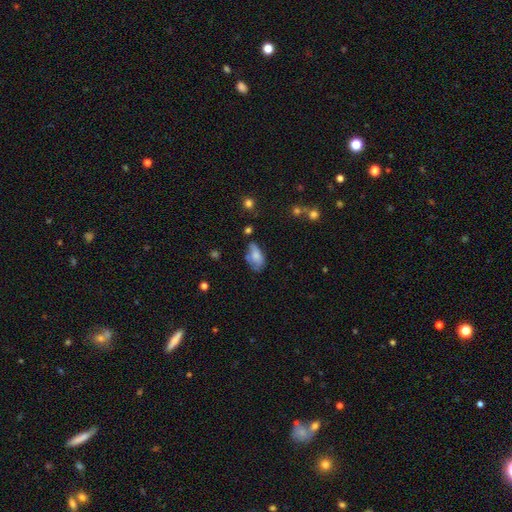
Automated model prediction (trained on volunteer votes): Smooth or featured?
  - smooth: 72% *
  - featured or disk: 19%
  - star or artifact: 8%
How rounded?
  - in between: 90% *
  - cigar-shaped: 5%
  - round: 5%
Merging?
  - none: 43% *
  - minor disturbance: 34%
  - major disturbance: 15%
  - merger: 8%